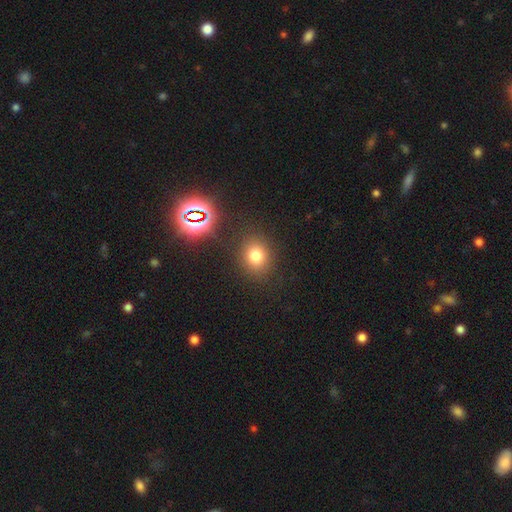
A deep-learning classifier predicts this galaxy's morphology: Smooth or featured: smooth — 75% (star or artifact — 18%)
How rounded: round — 74% (in between — 25%)
Merging: none — 84% (minor disturbance — 9%)